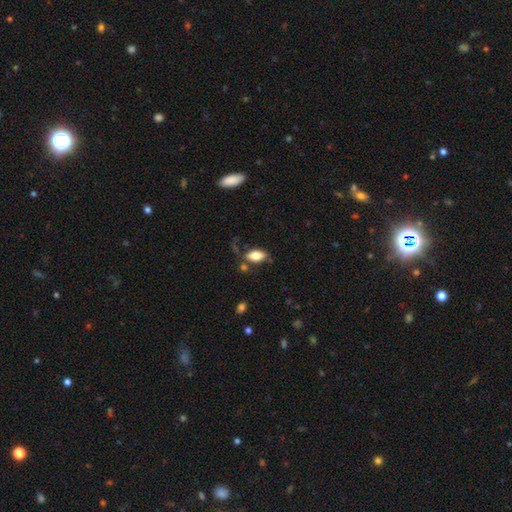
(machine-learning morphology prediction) This appears to be a smooth galaxy with no disk features (79%) that is in between round and cigar-shaped (91%). Merging: none (67%).